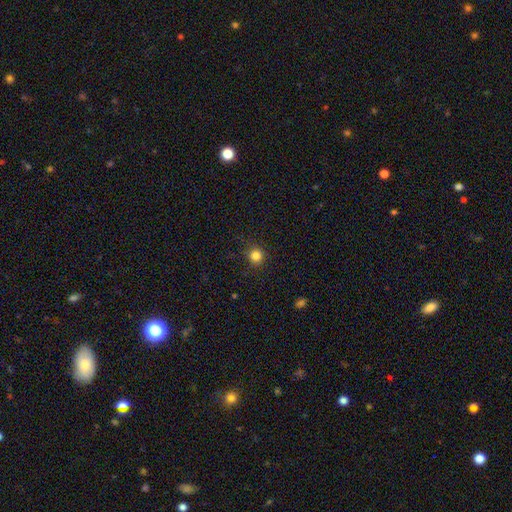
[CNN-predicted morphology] Smooth or featured? smooth (83%)
How rounded? round (94%)
Merging? none (87%)